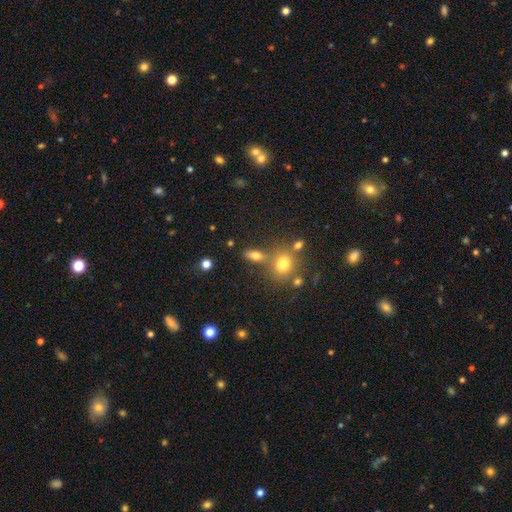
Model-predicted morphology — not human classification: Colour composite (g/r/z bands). It shows a smooth galaxy with no disk features (70%) that is in between round and cigar-shaped (68%). Merging: none (63%).